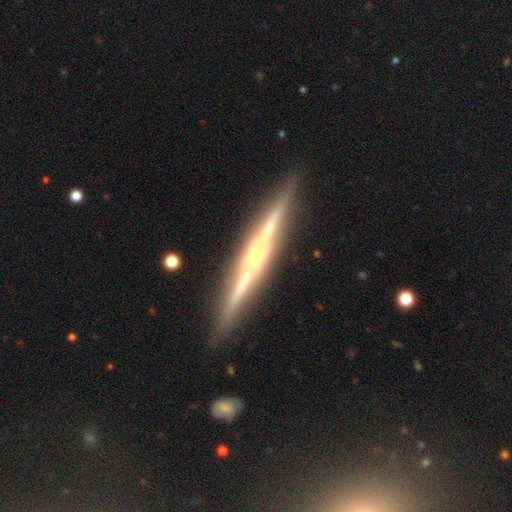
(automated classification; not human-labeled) Smooth or featured: featured or disk — 81% (smooth — 14%)
Edge-on disk: yes — 98% (no — 2%)
Edge-on bulge: rounded — 52% (none — 30%)
Merging: none — 88% (minor disturbance — 8%)